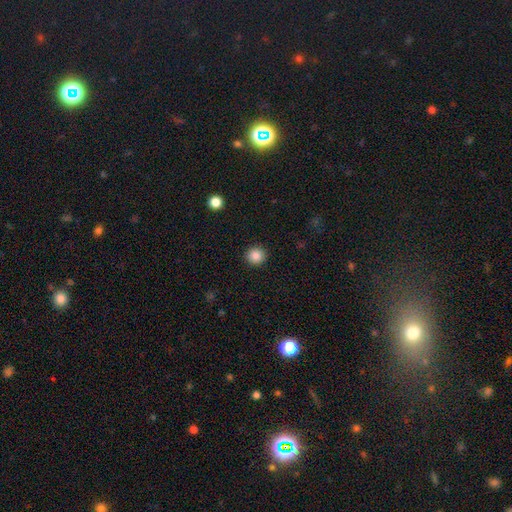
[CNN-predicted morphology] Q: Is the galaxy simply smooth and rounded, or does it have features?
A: smooth — 87%.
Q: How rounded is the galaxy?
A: round — 94%.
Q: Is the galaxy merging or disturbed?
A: none — 92%.